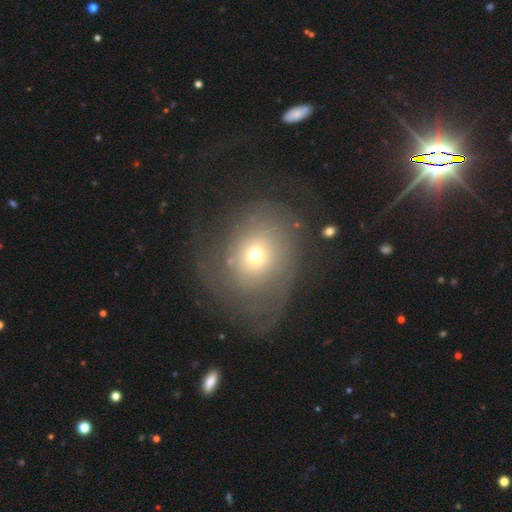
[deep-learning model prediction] A smooth galaxy with no disk features (50%).

Vote fractions:
- Smooth or featured? smooth: 50% / featured or disk: 38% / star or artifact: 13%
- Merging? none: 46% / major disturbance: 31% / minor disturbance: 20% / merger: 3%